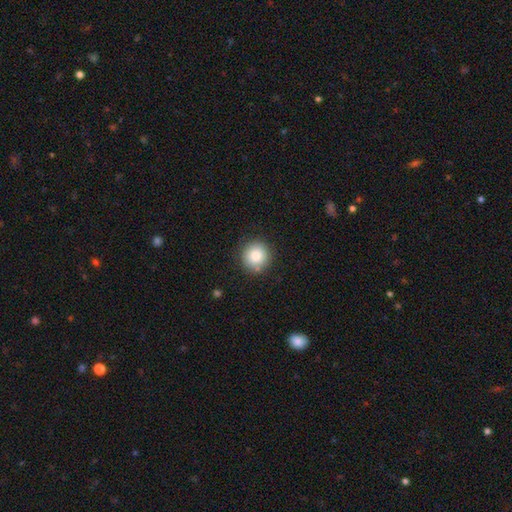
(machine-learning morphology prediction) type=smooth (83%); roundness=round (93%); merging=none (86%).